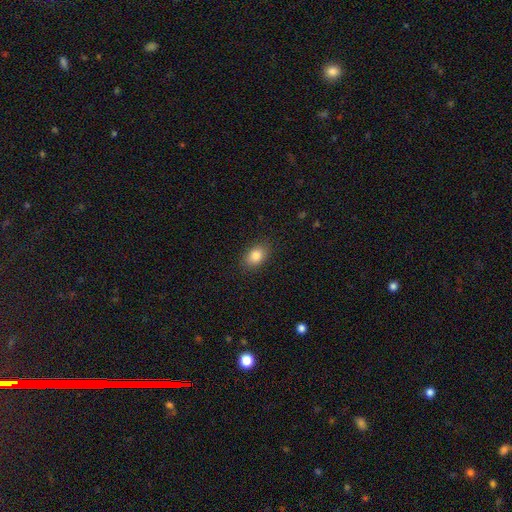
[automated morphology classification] A smooth galaxy with no disk features (85%) that is in between round and cigar-shaped (79%). Merging: none (87%).